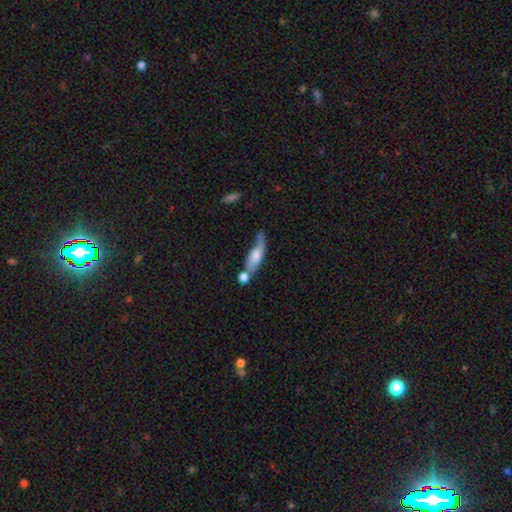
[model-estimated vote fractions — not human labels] The model was most divided on "smooth or featured": featured or disk: 50%, smooth: 43%, star or artifact: 7%. Remaining: merging — none (42%).